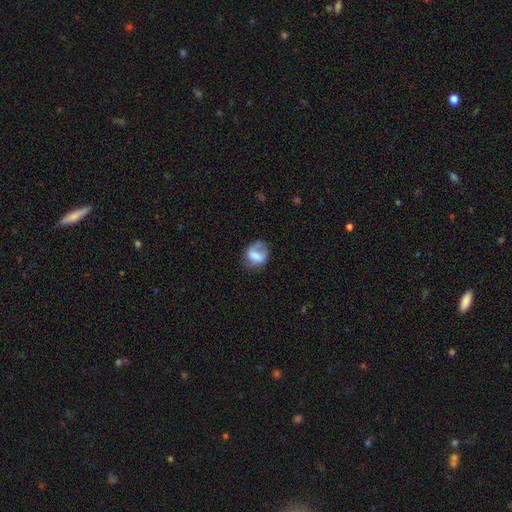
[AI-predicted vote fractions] This is likely a smooth galaxy (66%). How rounded: possibly round (52%). Merging: marginally none (43%).